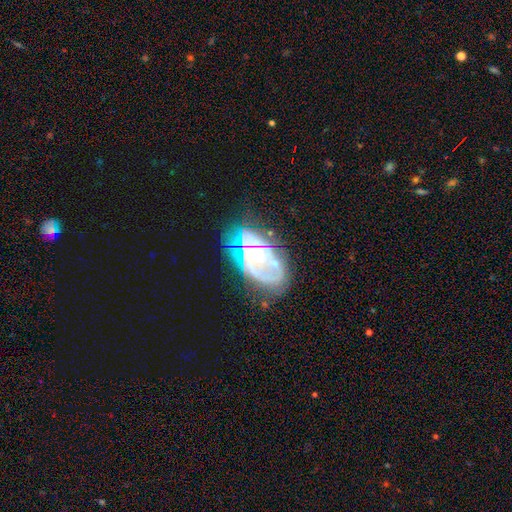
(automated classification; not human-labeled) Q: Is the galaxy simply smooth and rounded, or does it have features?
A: featured or disk — 70%.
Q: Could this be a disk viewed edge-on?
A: no — 93%.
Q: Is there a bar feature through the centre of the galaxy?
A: no — 75%.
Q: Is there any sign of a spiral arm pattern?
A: yes — 51%.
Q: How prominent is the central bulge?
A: moderate — 53%.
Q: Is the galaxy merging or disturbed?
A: none — 50%.